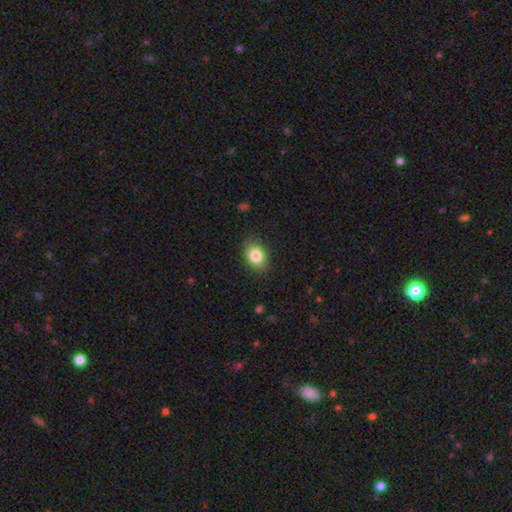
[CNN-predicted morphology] Smooth or featured?
  - smooth: 83% *
  - star or artifact: 9%
  - featured or disk: 8%
How rounded?
  - in between: 70% *
  - round: 29%
  - cigar-shaped: 1%
Merging?
  - none: 86% *
  - minor disturbance: 11%
  - major disturbance: 3%
  - merger: 1%